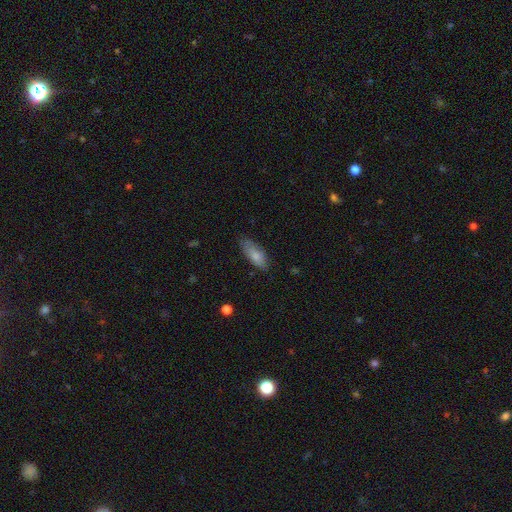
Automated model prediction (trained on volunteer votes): smooth 79%, featured or disk 14%, star or artifact 6%. Down the decision tree: how rounded — in between (79%); merging — none (73%).